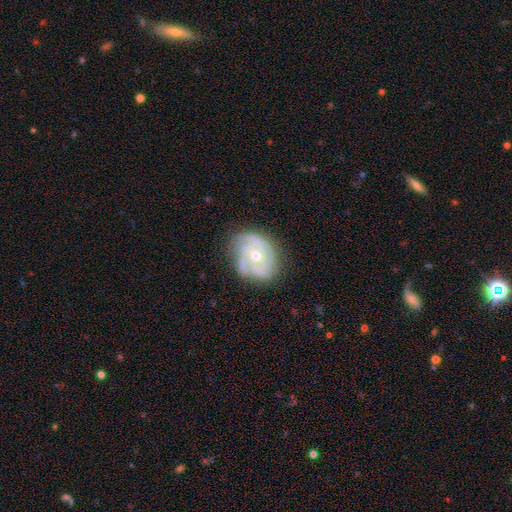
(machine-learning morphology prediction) smooth-or-featured: featured or disk: 83% | smooth: 11% | star or artifact: 7%
  disk-edge-on: no: 97% | yes: 3%
    bar: no: 73% | weak: 22% | strong: 5%
    has-spiral-arms: yes: 93% | no: 7%
      spiral-winding: tight: 61% | medium: 31% | loose: 8%
      spiral-arm-count: 3: 39% | can't tell: 23% | 2: 16% | 4: 13% | 1: 5% | more than 4: 5%
    bulge-size: moderate: 51% | small: 46% | large: 1% | none: 1% | dominant: 1%
  merging: none: 69% | minor disturbance: 21% | major disturbance: 8% | merger: 2%